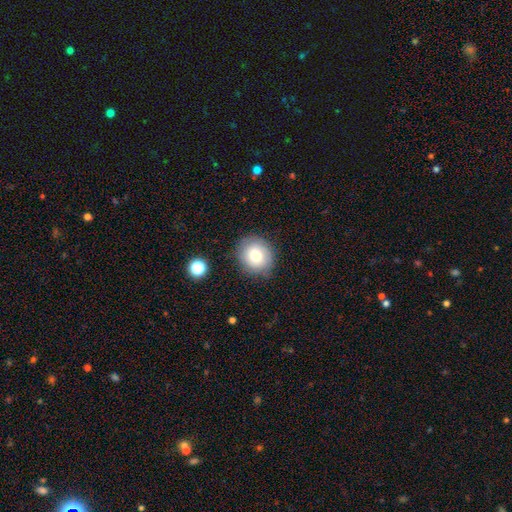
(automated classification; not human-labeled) Smooth or featured?
  - smooth: 73% *
  - featured or disk: 16%
  - star or artifact: 10%
How rounded?
  - round: 79% *
  - in between: 20%
  - cigar-shaped: 1%
Merging?
  - none: 80% *
  - minor disturbance: 14%
  - major disturbance: 4%
  - merger: 2%